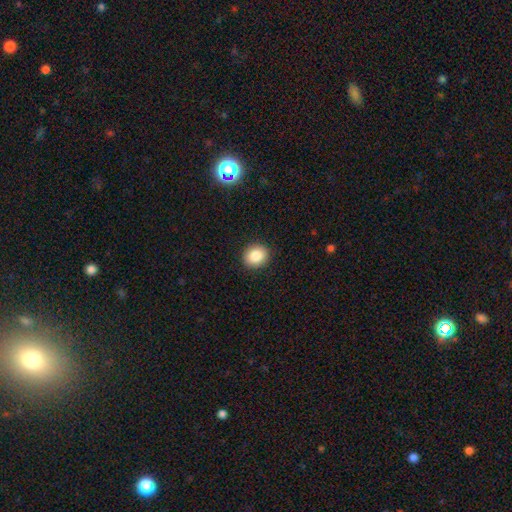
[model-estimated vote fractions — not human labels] Morphology: type=smooth (85%); roundness=round (75%); merging=none (91%).